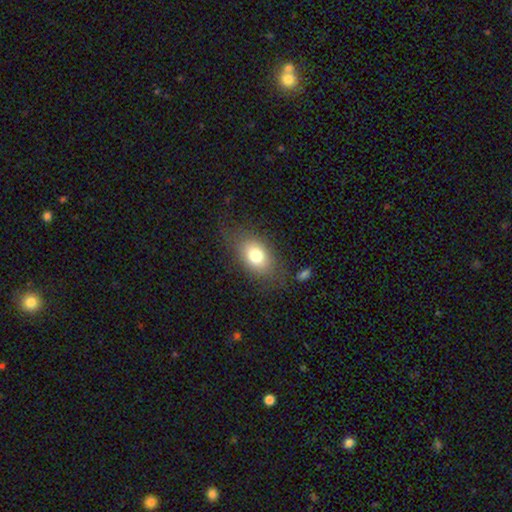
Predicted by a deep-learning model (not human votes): Smooth or featured? Predicted: smooth (p=0.77). How rounded? Predicted: in between (p=0.83). Merging? Predicted: none (p=0.74).